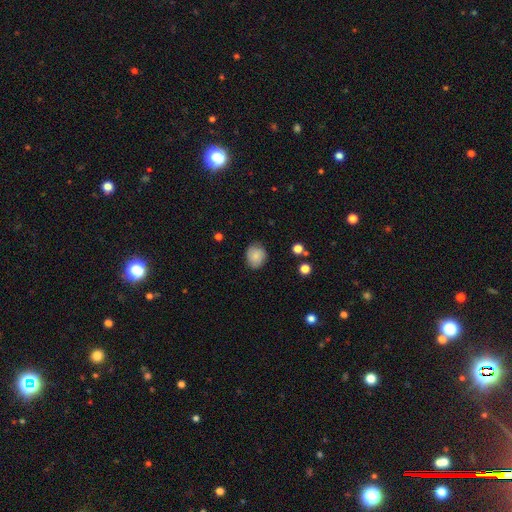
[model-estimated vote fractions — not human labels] Smooth or featured? smooth (81%)
How rounded? round (69%)
Merging? none (79%)